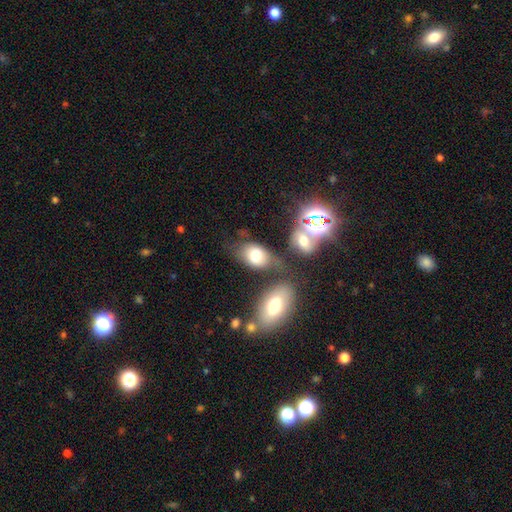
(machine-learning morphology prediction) Smooth or featured? smooth (75%)
How rounded? in between (82%)
Merging? none (50%)